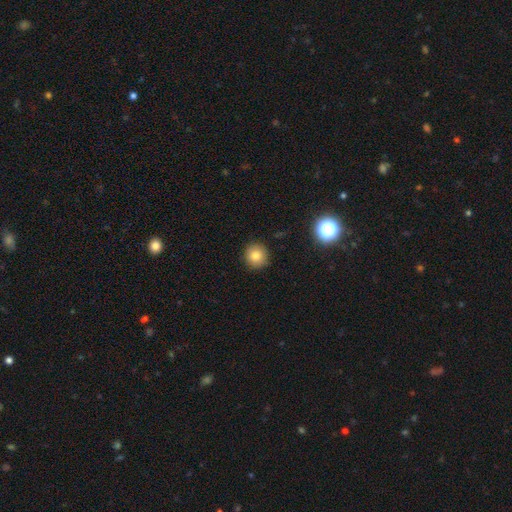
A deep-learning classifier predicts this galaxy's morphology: This appears to be a smooth galaxy with no disk features (80%) that is round (93%). Merging: none (91%).